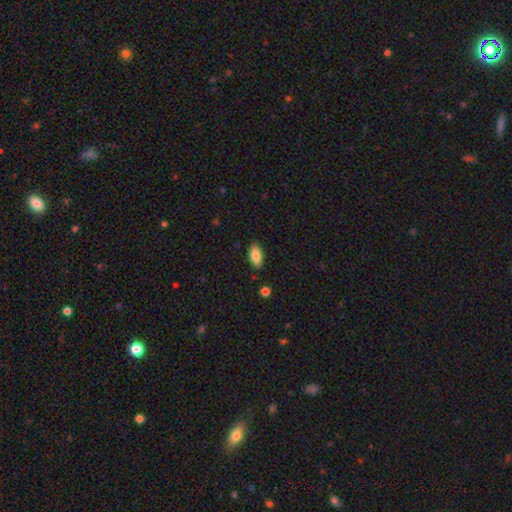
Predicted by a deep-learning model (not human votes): This appears to be a smooth galaxy with no disk features (82%) that is in between round and cigar-shaped (90%). Merging: none (87%).